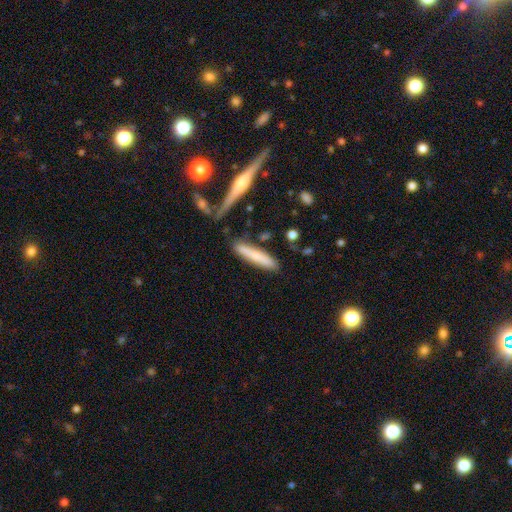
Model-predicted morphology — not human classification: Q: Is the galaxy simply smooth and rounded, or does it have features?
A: smooth — 68%.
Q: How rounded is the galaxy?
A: cigar-shaped — 90%.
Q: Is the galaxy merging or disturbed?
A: none — 80%.